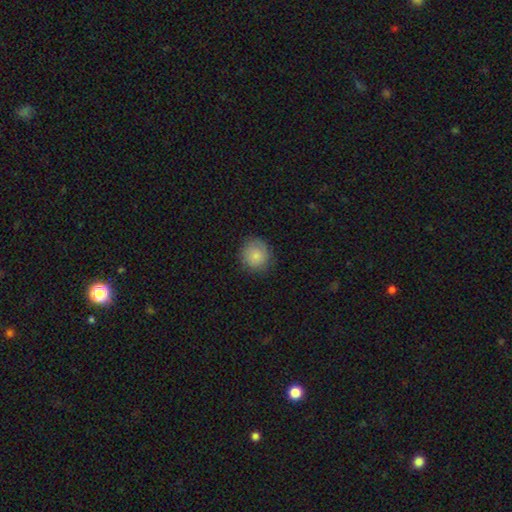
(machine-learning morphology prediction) Smooth or featured? Predicted: smooth (p=0.83). How rounded? Predicted: round (p=0.90). Merging? Predicted: none (p=0.83).